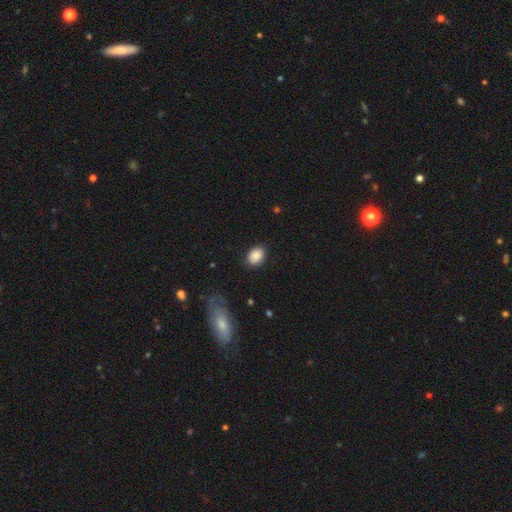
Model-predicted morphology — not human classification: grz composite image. It shows a smooth galaxy with no disk features (87%) that is in between round and cigar-shaped (73%). Merging: none (84%).